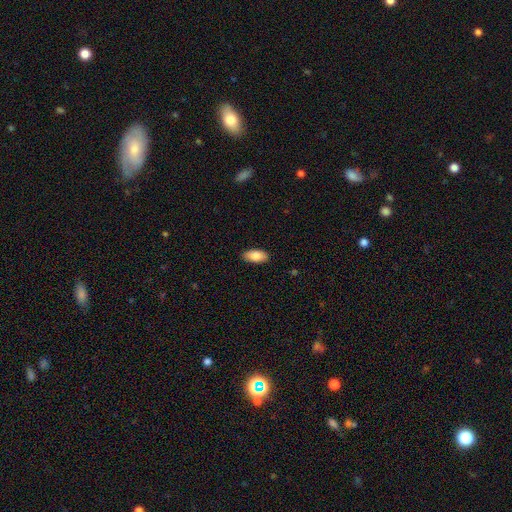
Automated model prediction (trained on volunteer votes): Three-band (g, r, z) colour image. It shows a smooth galaxy with no disk features (85%) that is in between round and cigar-shaped (92%). Merging: none (89%).